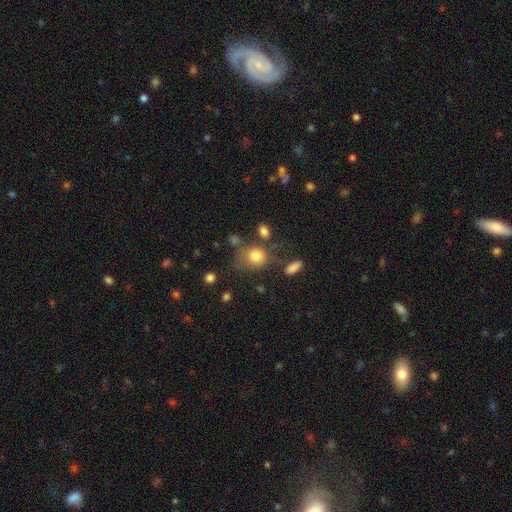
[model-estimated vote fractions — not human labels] Morphology: type=smooth (79%); roundness=round (65%); merging=none (57%).